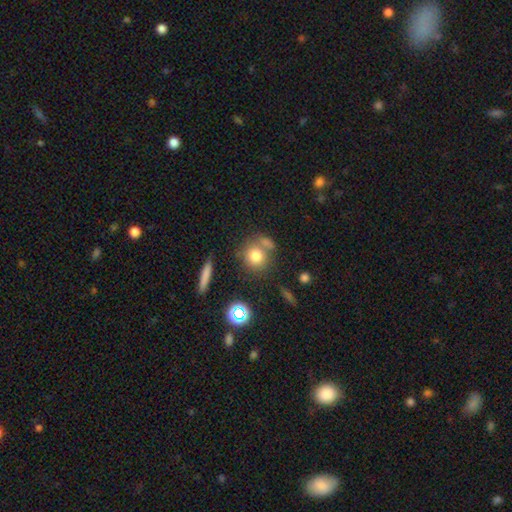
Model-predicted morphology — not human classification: A smooth galaxy with no disk features (75%) that is round (83%). Merging: none (60%).